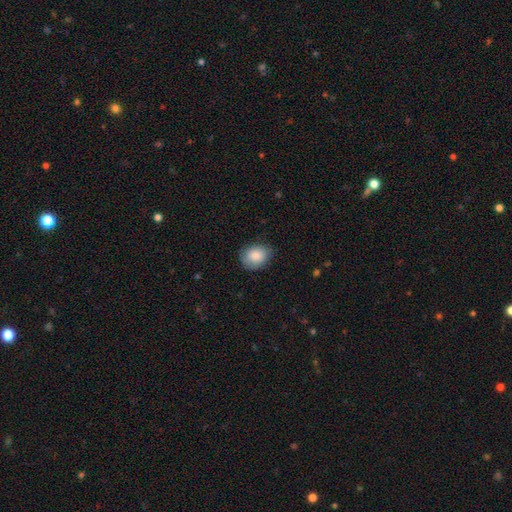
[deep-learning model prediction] smooth 87%, star or artifact 7%, featured or disk 6%. Down the decision tree: how rounded — in between (58%); merging — none (78%).